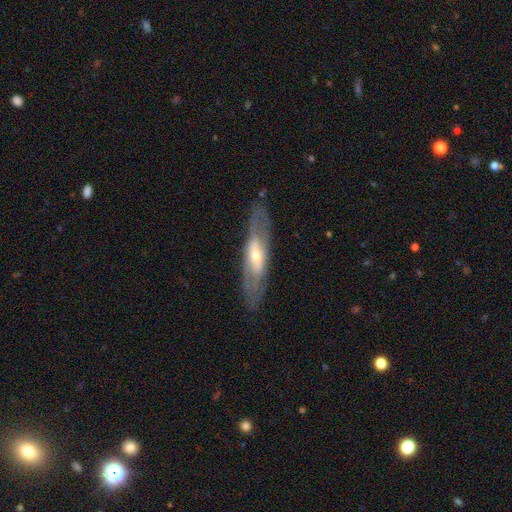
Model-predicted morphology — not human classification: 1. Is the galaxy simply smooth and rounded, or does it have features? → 69% featured or disk, 25% smooth, 6% star or artifact.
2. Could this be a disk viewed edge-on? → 62% no, 38% yes.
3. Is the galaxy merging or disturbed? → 80% none, 14% minor disturbance, 5% major disturbance, 1% merger.